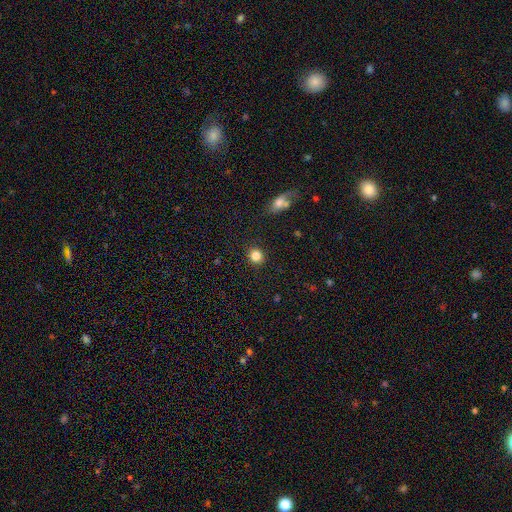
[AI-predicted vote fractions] A smooth galaxy with no disk features (84%) that is round (89%).

Vote fractions:
- Smooth or featured? smooth: 84% / star or artifact: 11% / featured or disk: 5%
- How rounded? round: 89% / in between: 10% / cigar-shaped: 1%
- Merging? none: 91% / minor disturbance: 5% / major disturbance: 2% / merger: 1%